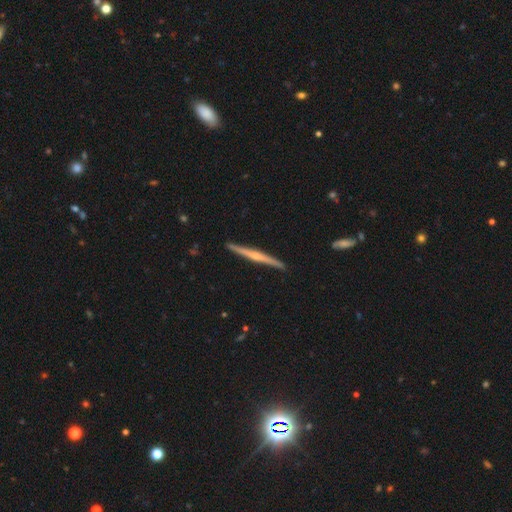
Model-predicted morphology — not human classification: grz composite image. It shows a featured or disk galaxy (73%) viewed edge-on (98%) with a rounded central bulge (66%). Merging: none (92%).